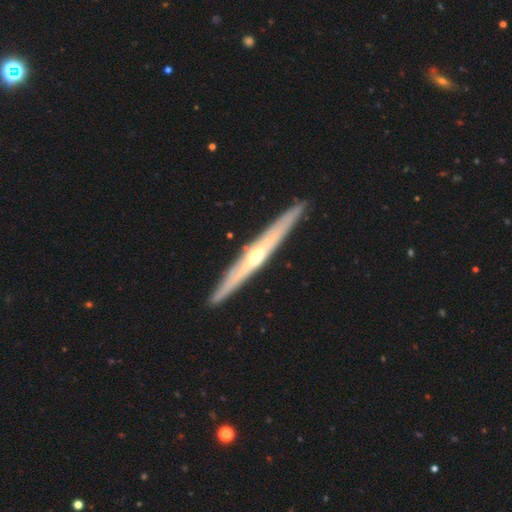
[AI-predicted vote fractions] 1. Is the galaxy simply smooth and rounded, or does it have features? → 76% featured or disk, 19% smooth, 5% star or artifact.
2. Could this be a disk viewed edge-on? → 96% yes, 4% no.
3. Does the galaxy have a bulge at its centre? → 81% rounded, 15% none, 3% boxy.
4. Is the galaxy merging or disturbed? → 92% none, 6% minor disturbance, 1% major disturbance, 1% merger.